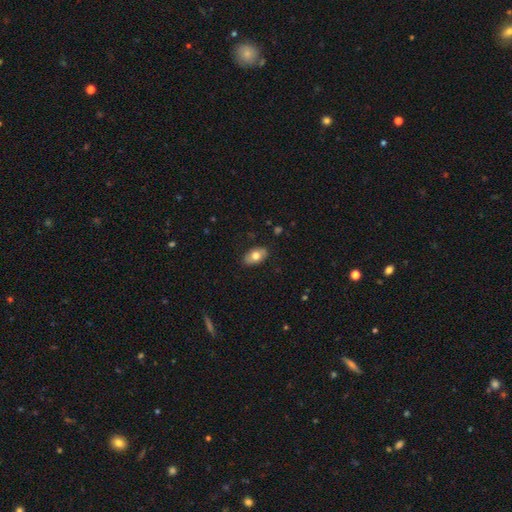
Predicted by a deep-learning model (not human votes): smooth 71%, featured or disk 23%, star or artifact 6%. Down the decision tree: how rounded — in between (91%); merging — none (85%).